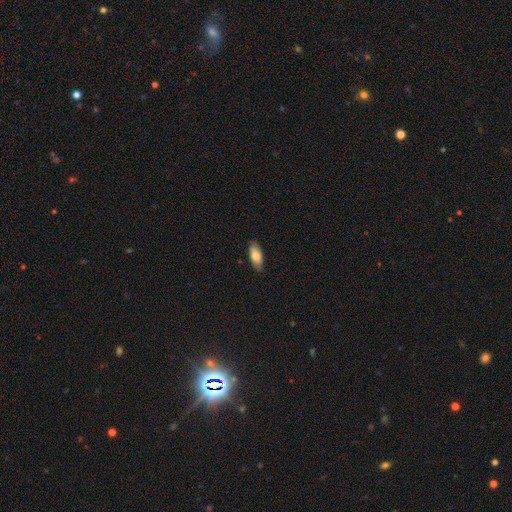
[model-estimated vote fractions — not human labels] Q: Smooth or featured?
A: smooth (79%); runner-up: featured or disk (15%)
Q: How rounded?
A: in between (83%); runner-up: cigar-shaped (15%)
Q: Merging?
A: none (84%); runner-up: minor disturbance (13%)